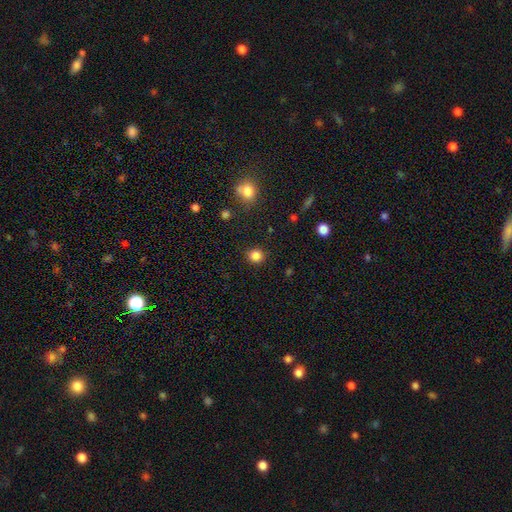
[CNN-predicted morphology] Overall: smooth (85%). How rounded: round (87%). Merging: none (90%).